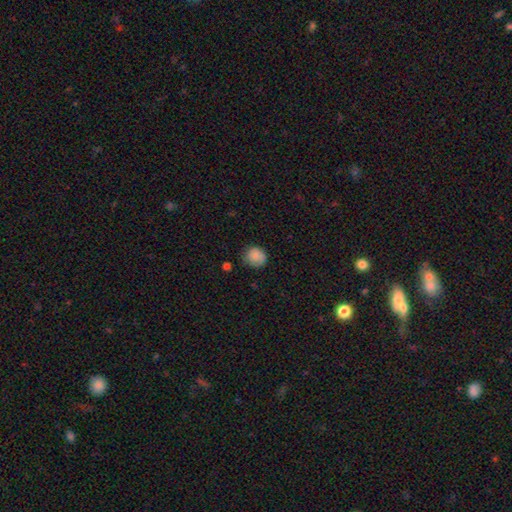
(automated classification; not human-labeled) This is clearly a smooth galaxy (83%). How rounded: clearly round (81%). Merging: likely none (69%).